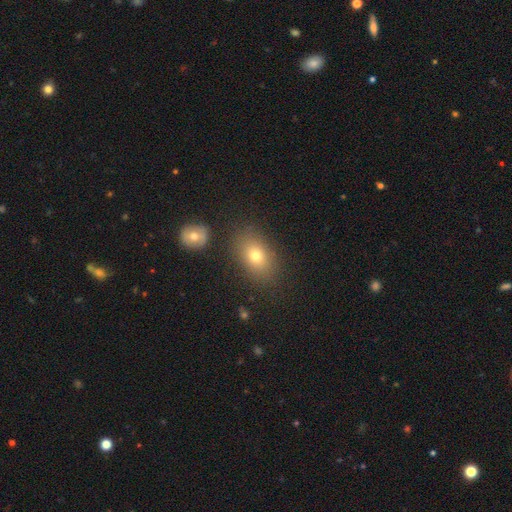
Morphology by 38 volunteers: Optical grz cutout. It shows a smooth galaxy with no disk features (82%) that is in between round and cigar-shaped (90%). Merging: none (83%).